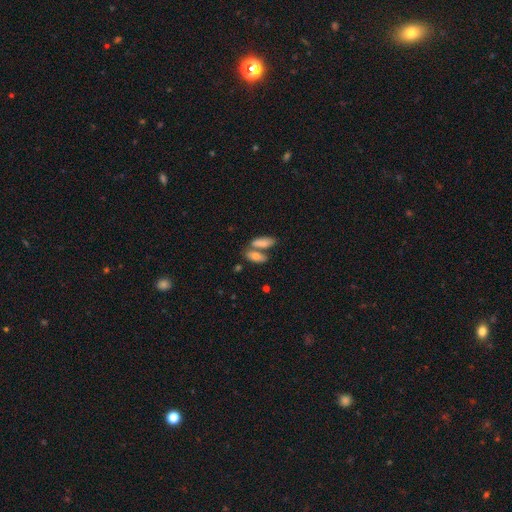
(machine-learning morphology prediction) Overall: smooth (78%). How rounded: in between (78%). Merging: none (44%; merger 43%).